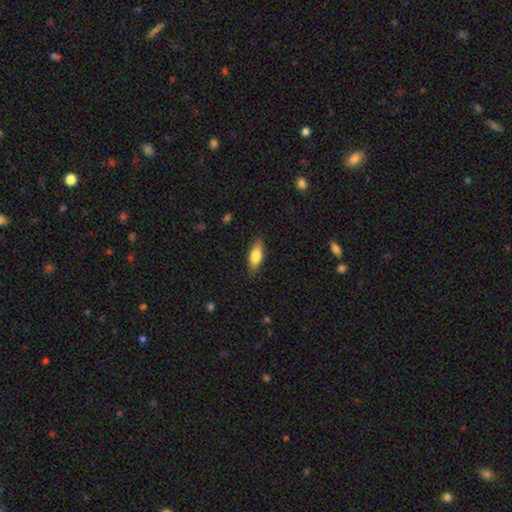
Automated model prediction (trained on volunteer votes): The model was most divided on "how rounded": in between: 65%, cigar-shaped: 33%, round: 3%. More confident: merging — none (86%); smooth or featured — smooth (71%).